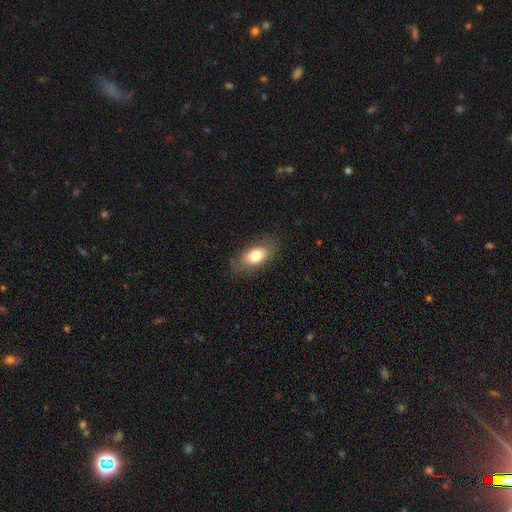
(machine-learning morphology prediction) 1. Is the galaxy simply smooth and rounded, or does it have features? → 76% smooth, 17% featured or disk, 7% star or artifact.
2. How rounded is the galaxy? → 88% in between, 8% round, 4% cigar-shaped.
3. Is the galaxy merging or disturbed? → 80% none, 15% minor disturbance, 5% major disturbance, 1% merger.